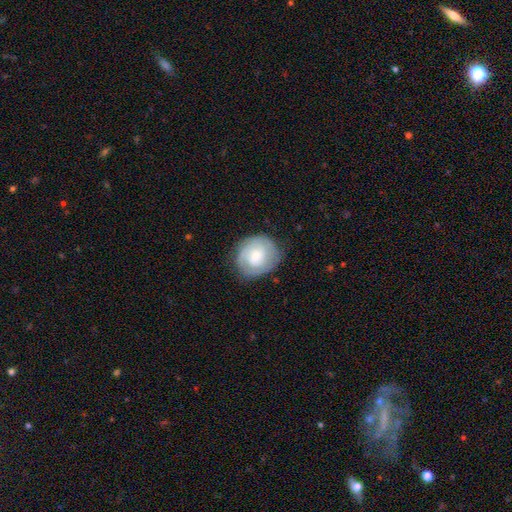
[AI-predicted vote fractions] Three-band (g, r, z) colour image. It shows a featured or disk galaxy (61%) with no bar (65%), 2 (40%) tight (63%) spiral arms (85%) and a small central bulge (50%). Merging: none (75%).